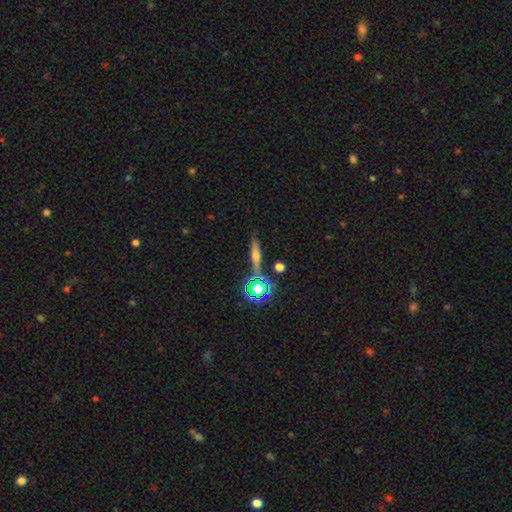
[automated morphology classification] smooth-or-featured: smooth: 45% | featured or disk: 33% | star or artifact: 22%
  merging: none: 80% | minor disturbance: 11% | merger: 6% | major disturbance: 3%